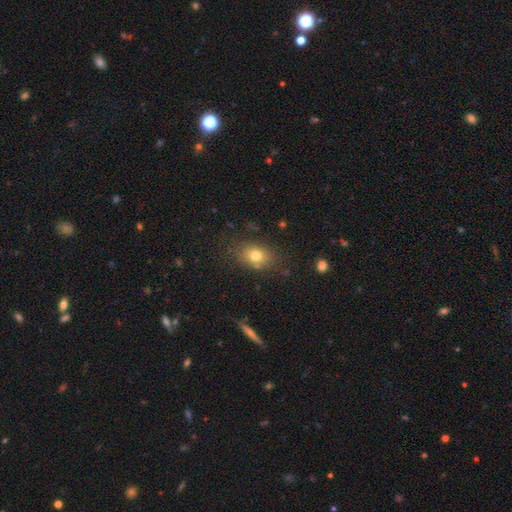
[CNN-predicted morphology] smooth-or-featured: smooth: 77% | featured or disk: 12% | star or artifact: 11%
  how-rounded: in between: 70% | round: 29% | cigar-shaped: 1%
  merging: none: 77% | minor disturbance: 15% | major disturbance: 5% | merger: 3%